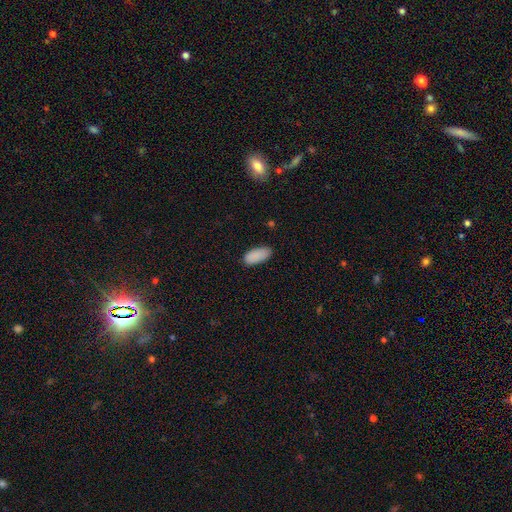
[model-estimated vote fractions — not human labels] A smooth galaxy with no disk features (89%) that is in between round and cigar-shaped (89%).

Vote fractions:
- Smooth or featured? smooth: 89% / star or artifact: 7% / featured or disk: 4%
- How rounded? in between: 89% / cigar-shaped: 9% / round: 2%
- Merging? none: 80% / minor disturbance: 16% / major disturbance: 3% / merger: 1%